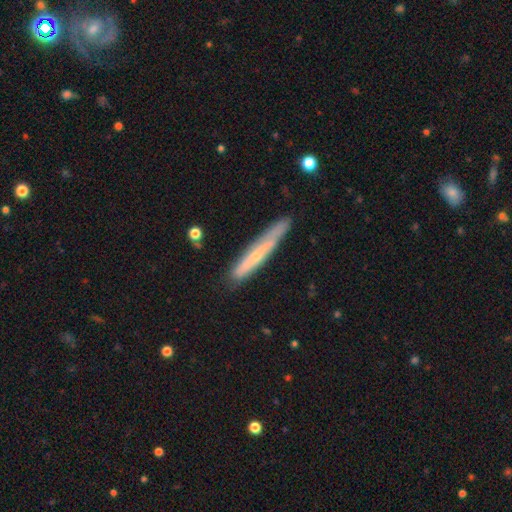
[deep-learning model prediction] Smooth or featured? Predicted: featured or disk (p=0.47). Merging? Predicted: none (p=0.76).